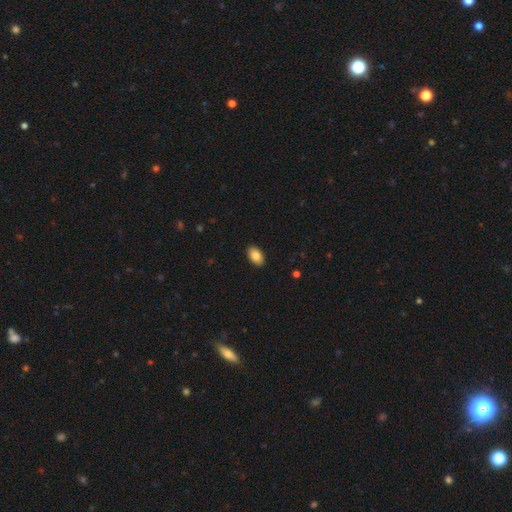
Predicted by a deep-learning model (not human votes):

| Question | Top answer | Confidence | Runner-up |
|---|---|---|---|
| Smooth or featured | smooth | 85% | featured or disk (8%) |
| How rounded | in between | 93% | round (6%) |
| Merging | none | 90% | minor disturbance (7%) |